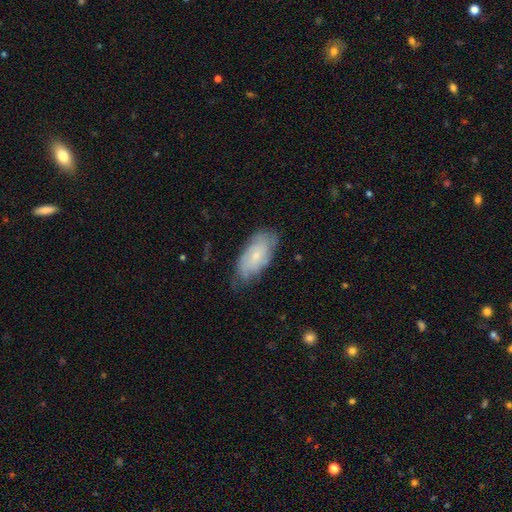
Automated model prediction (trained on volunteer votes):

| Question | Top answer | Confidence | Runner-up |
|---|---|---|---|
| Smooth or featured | featured or disk | 49% | smooth (43%) |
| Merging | none | 68% | minor disturbance (24%) |